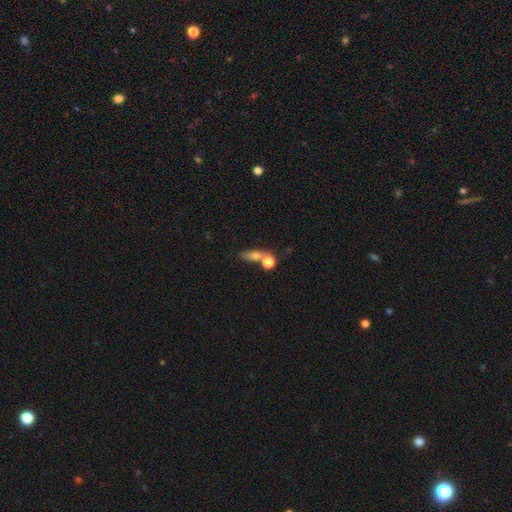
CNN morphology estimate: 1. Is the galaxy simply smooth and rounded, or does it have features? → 66% smooth, 20% featured or disk, 14% star or artifact.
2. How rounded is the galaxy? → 38% in between, 34% round, 28% cigar-shaped.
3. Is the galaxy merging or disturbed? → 45% none, 35% merger, 12% minor disturbance, 8% major disturbance.